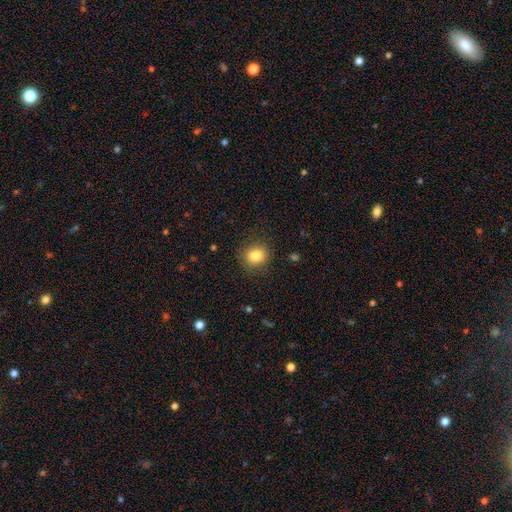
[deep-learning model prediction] A smooth galaxy with no disk features (83%) that is round (79%).

Vote fractions:
- Smooth or featured? smooth: 83% / star or artifact: 10% / featured or disk: 6%
- How rounded? round: 79% / in between: 20% / cigar-shaped: 1%
- Merging? none: 85% / minor disturbance: 10% / major disturbance: 3% / merger: 1%